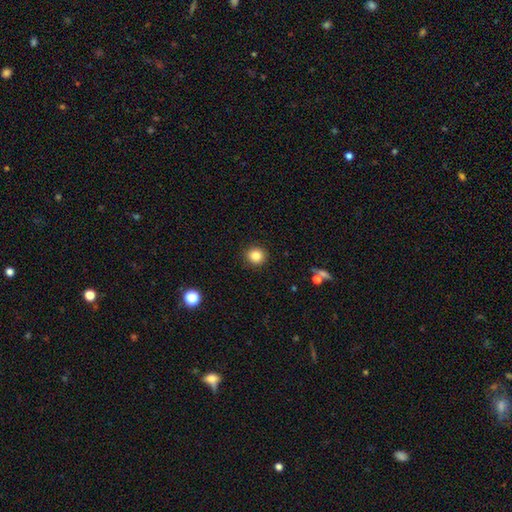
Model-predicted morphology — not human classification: type=smooth (85%); roundness=round (90%); merging=none (92%).